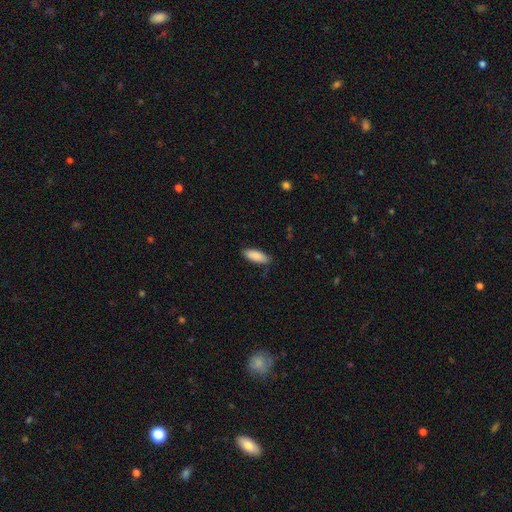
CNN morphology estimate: smooth 89%, star or artifact 6%, featured or disk 6%. Down the decision tree: how rounded — in between (73%); merging — none (84%).